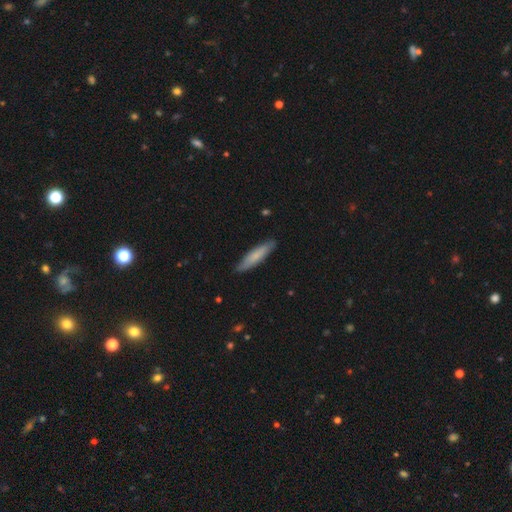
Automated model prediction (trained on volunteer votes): This is likely a smooth galaxy (73%). How rounded: clearly cigar-shaped (84%). Merging: clearly none (88%).